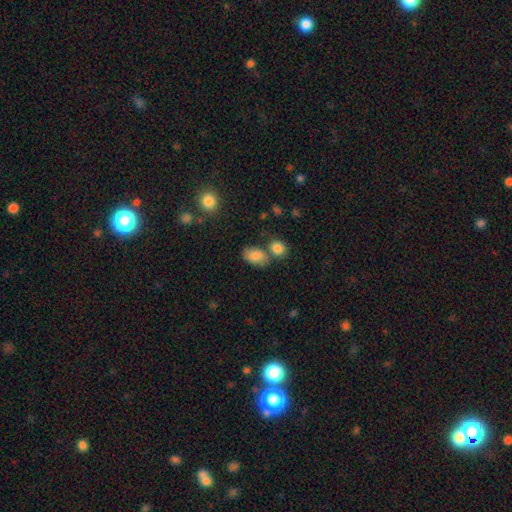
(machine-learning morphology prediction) Smooth or featured?
  - smooth: 82% *
  - featured or disk: 9%
  - star or artifact: 9%
How rounded?
  - in between: 85% *
  - round: 13%
  - cigar-shaped: 2%
Merging?
  - none: 60% *
  - merger: 21%
  - minor disturbance: 15%
  - major disturbance: 5%